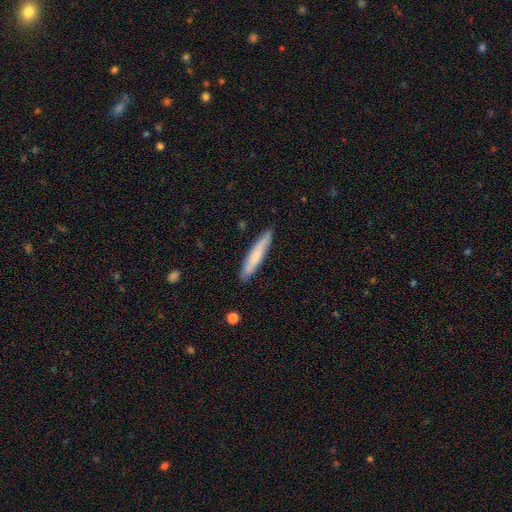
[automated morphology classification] A smooth galaxy with no disk features (64%) that is cigar-shaped (91%).

Vote fractions:
- Smooth or featured? smooth: 64% / featured or disk: 30% / star or artifact: 5%
- How rounded? cigar-shaped: 91% / in between: 8% / round: 1%
- Merging? none: 87% / minor disturbance: 10% / major disturbance: 2% / merger: 1%